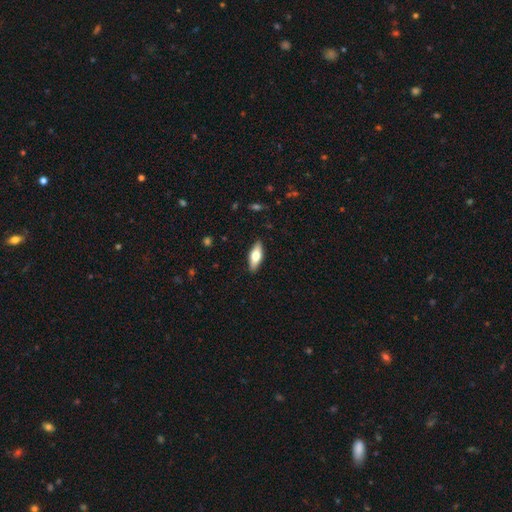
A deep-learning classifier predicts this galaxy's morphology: Smooth or featured?
  - smooth: 61% *
  - featured or disk: 33%
  - star or artifact: 6%
How rounded?
  - in between: 67% *
  - cigar-shaped: 30%
  - round: 3%
Merging?
  - none: 89% *
  - minor disturbance: 8%
  - major disturbance: 2%
  - merger: 1%